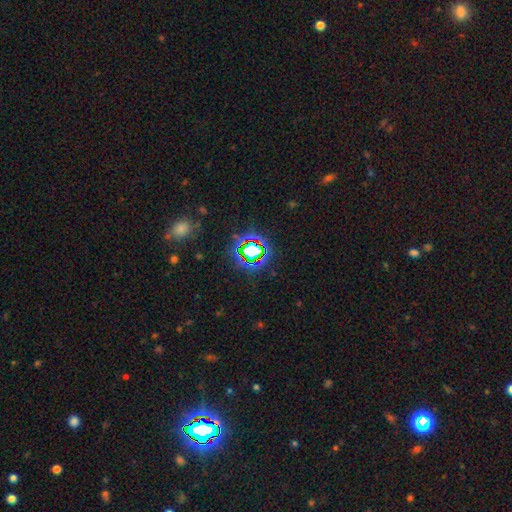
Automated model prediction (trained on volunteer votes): smooth_or_featured: star or artifact (p=0.74) [alt: smooth p=0.17]